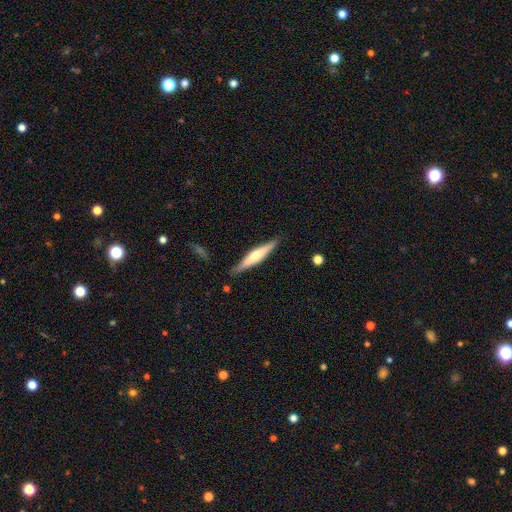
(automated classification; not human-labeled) smooth-or-featured: featured or disk: 60% | smooth: 35% | star or artifact: 5%
  disk-edge-on: yes: 97% | no: 3%
    edge-on-bulge: rounded: 80% | none: 10% | boxy: 10%
  merging: none: 88% | minor disturbance: 9% | major disturbance: 2% | merger: 1%